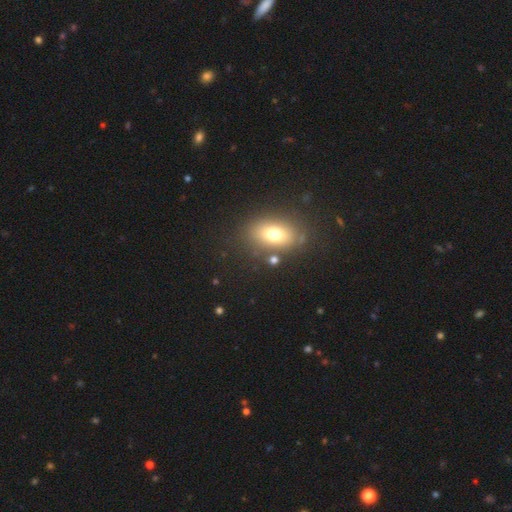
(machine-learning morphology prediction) smooth_or_featured: smooth (p=0.62) [alt: star or artifact p=0.19]
how_rounded: in between (p=0.81) [alt: round p=0.14]
merging: none (p=0.82) [alt: minor disturbance p=0.10]